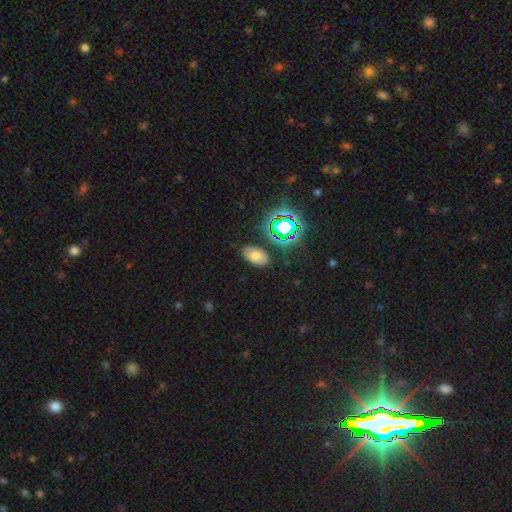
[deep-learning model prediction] Morphology: type=smooth (64%); roundness=in between (91%); merging=none (83%).